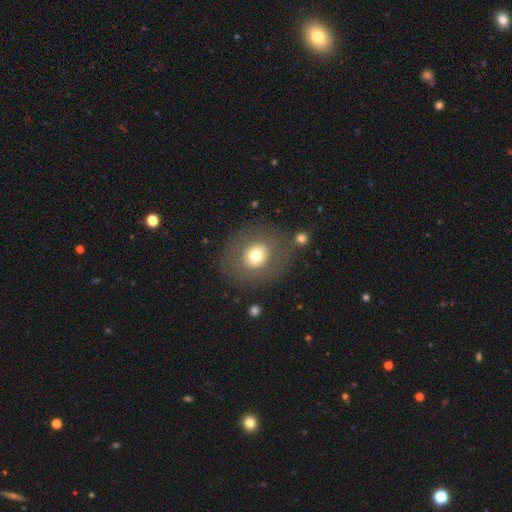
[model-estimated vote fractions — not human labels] A smooth galaxy with no disk features (66%) that is round (75%). Merging: none (80%).